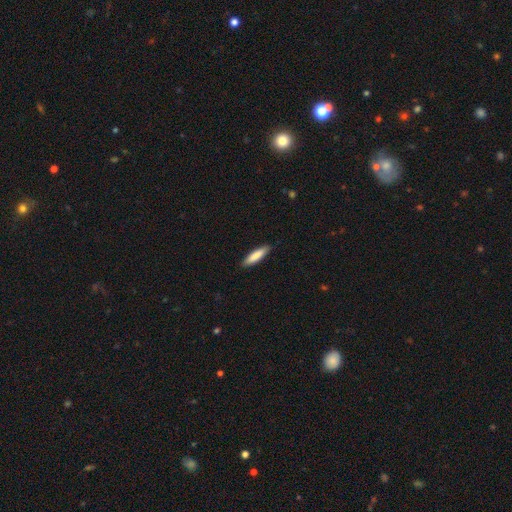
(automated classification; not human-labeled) smooth_or_featured: smooth (p=0.84) [alt: featured or disk p=0.11]
how_rounded: cigar-shaped (p=0.73) [alt: in between p=0.26]
merging: none (p=0.89) [alt: minor disturbance p=0.09]